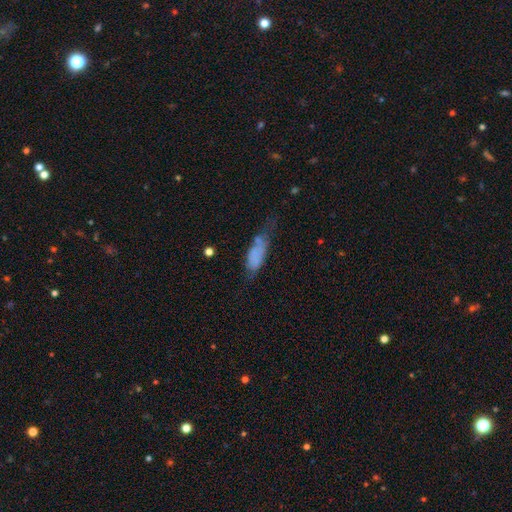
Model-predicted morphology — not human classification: smooth 63%, featured or disk 27%, star or artifact 10%. Down the decision tree: how rounded — in between (66%); merging — minor disturbance (32%).